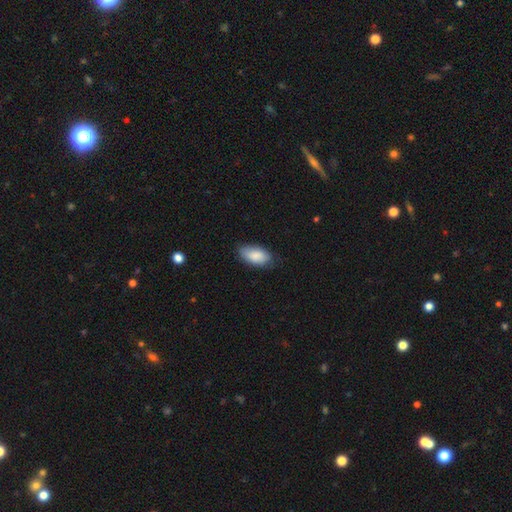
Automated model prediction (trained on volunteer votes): Overall: smooth (86%). How rounded: in between (94%). Merging: none (75%).